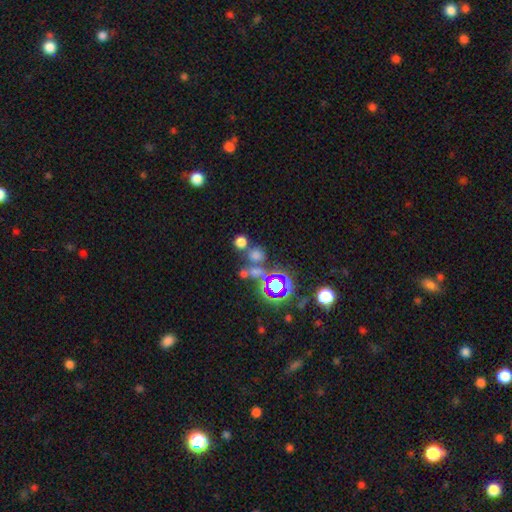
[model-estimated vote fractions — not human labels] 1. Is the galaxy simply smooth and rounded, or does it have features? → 59% smooth, 32% star or artifact, 9% featured or disk.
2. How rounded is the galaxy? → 84% round, 14% in between, 2% cigar-shaped.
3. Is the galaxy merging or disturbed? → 55% none, 30% merger, 9% minor disturbance, 7% major disturbance.